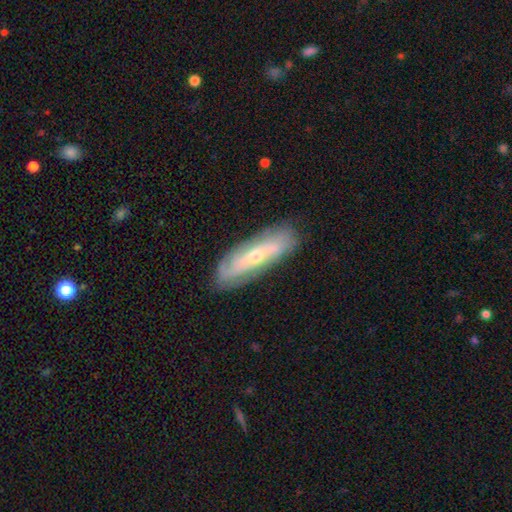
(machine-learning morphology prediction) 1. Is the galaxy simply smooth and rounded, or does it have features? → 64% featured or disk, 29% smooth, 7% star or artifact.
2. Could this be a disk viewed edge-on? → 73% no, 27% yes.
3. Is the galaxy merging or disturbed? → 79% none, 15% minor disturbance, 4% major disturbance, 2% merger.